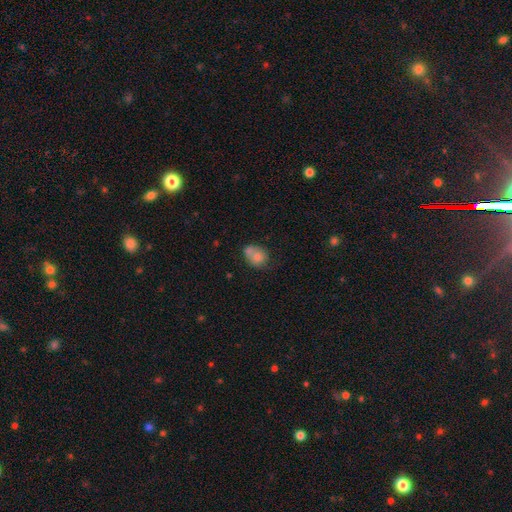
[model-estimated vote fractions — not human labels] The model was most divided on "merging": merger: 46%, none: 33%, minor disturbance: 15%, major disturbance: 6%. More confident: smooth or featured — smooth (76%); how rounded — round (59%).